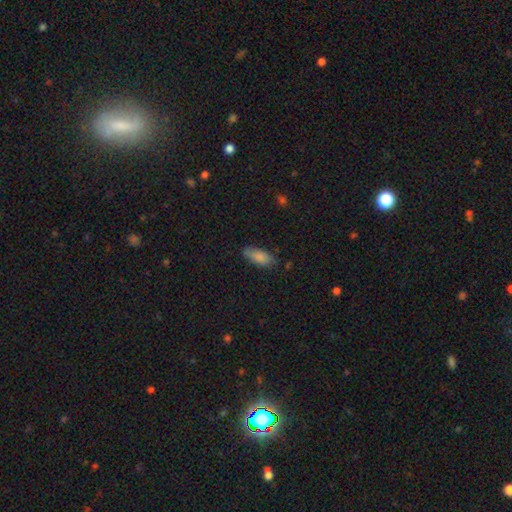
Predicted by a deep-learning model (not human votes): A smooth galaxy with no disk features (75%) that is in between round and cigar-shaped (77%).

Vote fractions:
- Smooth or featured? smooth: 75% / star or artifact: 13% / featured or disk: 12%
- How rounded? in between: 77% / cigar-shaped: 20% / round: 3%
- Merging? none: 81% / minor disturbance: 15% / major disturbance: 3% / merger: 2%